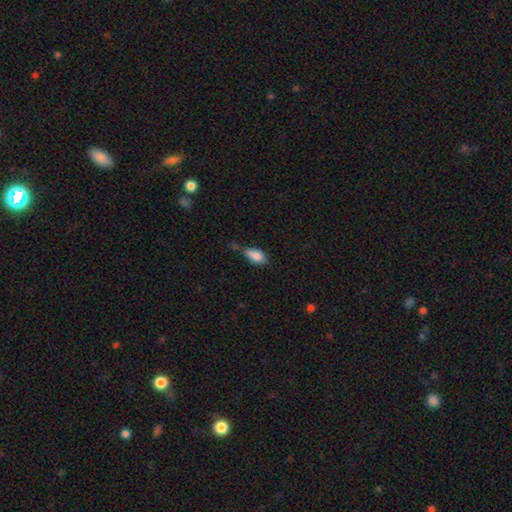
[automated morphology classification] Smooth or featured: smooth — 84% (star or artifact — 8%)
How rounded: in between — 87% (cigar-shaped — 9%)
Merging: none — 46% (minor disturbance — 36%)